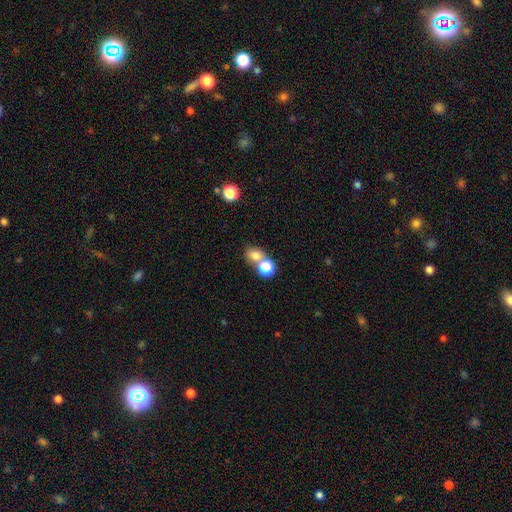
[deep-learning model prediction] Morphology: type=smooth (76%); roundness=round (64%); merging=none (48%).